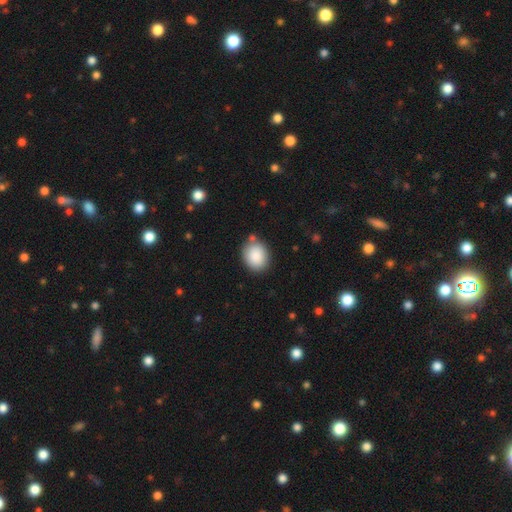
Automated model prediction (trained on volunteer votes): Morphology: type=smooth (88%); roundness=round (56%); merging=none (78%).